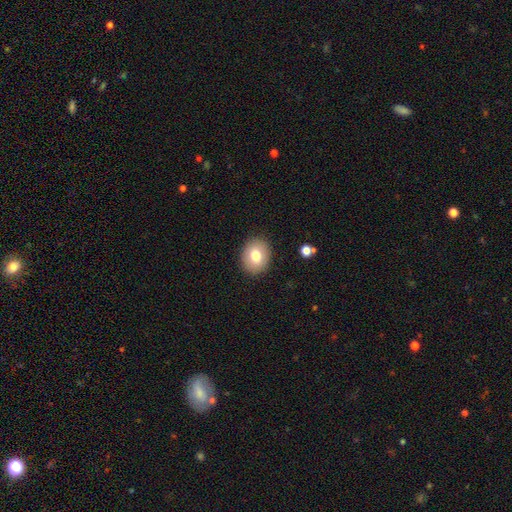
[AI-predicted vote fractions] Smooth or featured: smooth — 76% (featured or disk — 15%)
How rounded: round — 54% (in between — 45%)
Merging: none — 89% (minor disturbance — 8%)